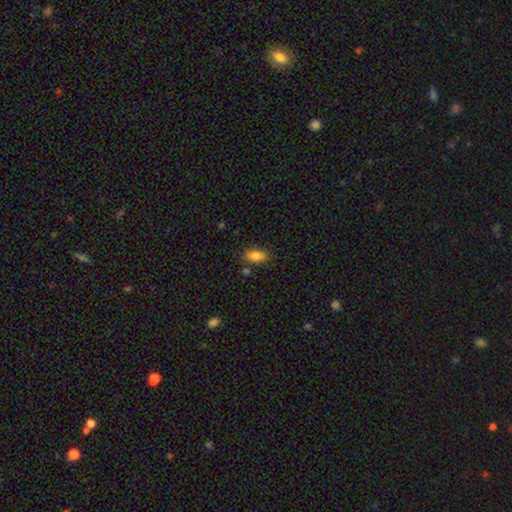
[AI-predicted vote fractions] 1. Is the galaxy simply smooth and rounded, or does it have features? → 83% smooth, 9% featured or disk, 8% star or artifact.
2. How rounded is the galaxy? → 89% in between, 7% cigar-shaped, 4% round.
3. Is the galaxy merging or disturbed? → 79% none, 12% minor disturbance, 6% merger, 3% major disturbance.